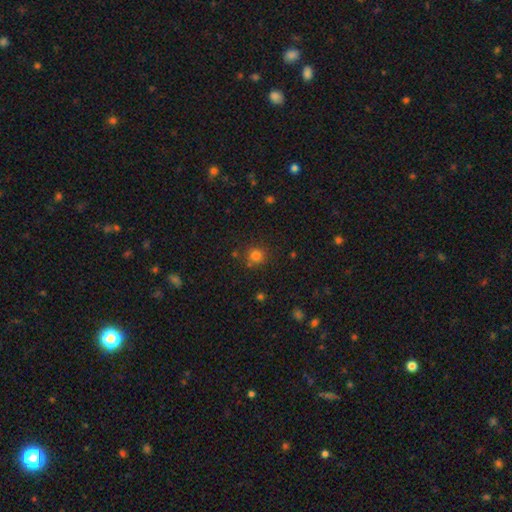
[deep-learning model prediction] Morphology: type=smooth (79%); roundness=round (88%); merging=none (78%).